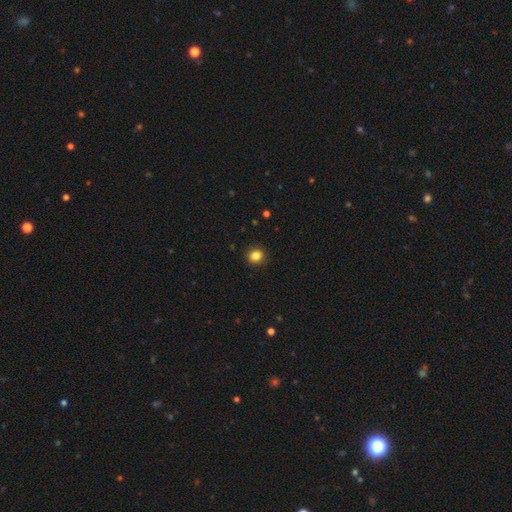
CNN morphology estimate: smooth 84%, star or artifact 12%, featured or disk 5%. Down the decision tree: how rounded — round (84%); merging — none (92%).